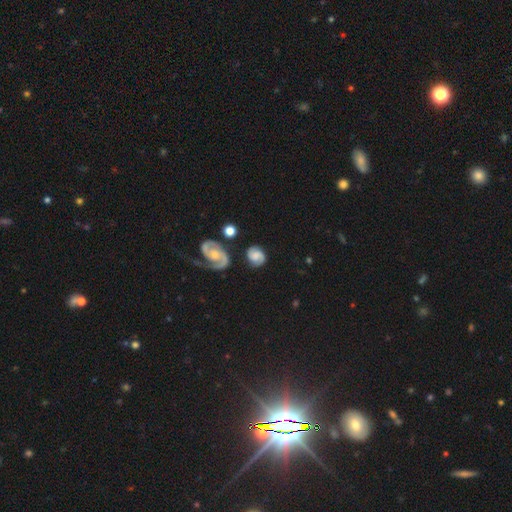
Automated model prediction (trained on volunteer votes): Q: Smooth or featured?
A: featured or disk (65%); runner-up: smooth (28%)
Q: Edge-on disk?
A: no (96%); runner-up: yes (4%)
Q: Bar?
A: no (52%); runner-up: weak (38%)
Q: Spiral arms?
A: yes (94%); runner-up: no (6%)
Q: Spiral winding?
A: medium (51%); runner-up: tight (32%)
Q: Spiral arm count?
A: 2 (88%); runner-up: can't tell (5%)
Q: Bulge size?
A: moderate (31%); runner-up: small (30%)
Q: Merging?
A: none (74%); runner-up: minor disturbance (16%)